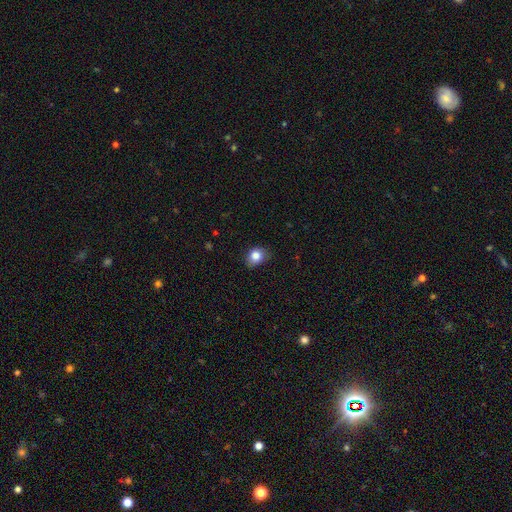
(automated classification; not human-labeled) Overall: smooth (83%). How rounded: round (50%; in between 49%). Merging: none (74%).